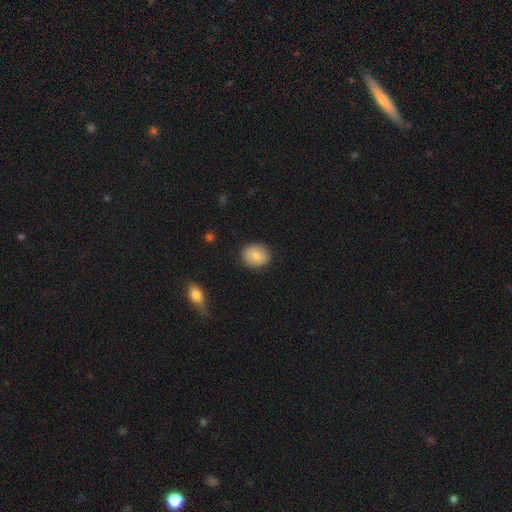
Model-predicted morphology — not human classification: smooth-or-featured: smooth: 81% | featured or disk: 11% | star or artifact: 8%
  how-rounded: round: 72% | in between: 27% | cigar-shaped: 1%
  merging: none: 88% | minor disturbance: 9% | major disturbance: 2% | merger: 1%